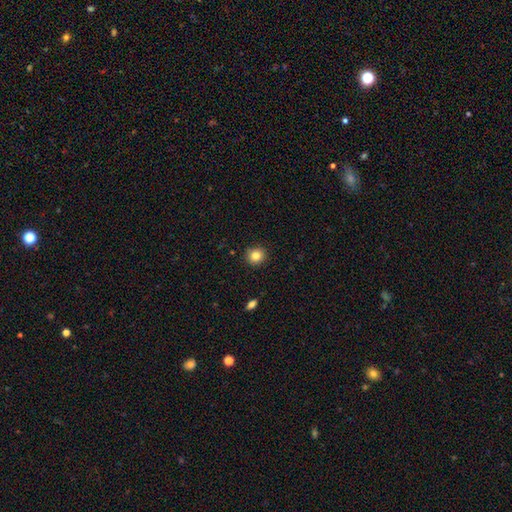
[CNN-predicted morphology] Smooth or featured? Predicted: smooth (p=0.84). How rounded? Predicted: round (p=0.90). Merging? Predicted: none (p=0.91).